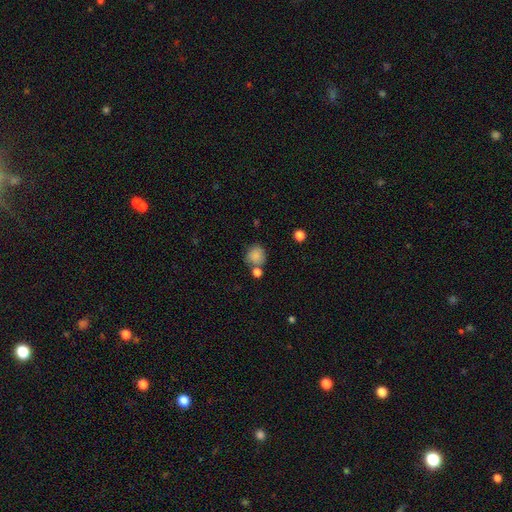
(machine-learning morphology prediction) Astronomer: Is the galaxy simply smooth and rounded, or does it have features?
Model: smooth — 84%.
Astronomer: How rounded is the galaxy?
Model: round — 81%.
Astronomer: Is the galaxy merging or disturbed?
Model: none — 62%.